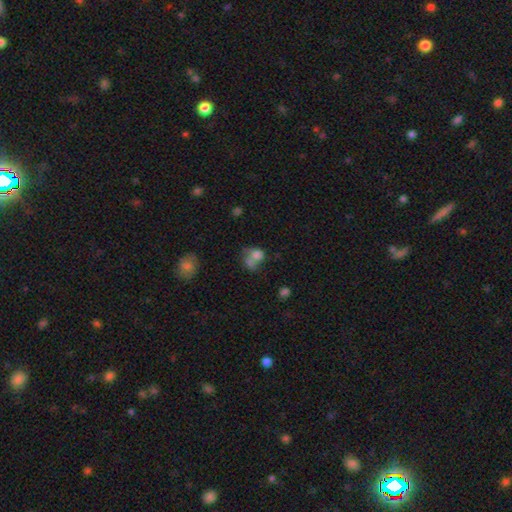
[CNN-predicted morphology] This is likely a smooth galaxy (70%). How rounded: possibly round (53%). Merging: possibly merger (49%).